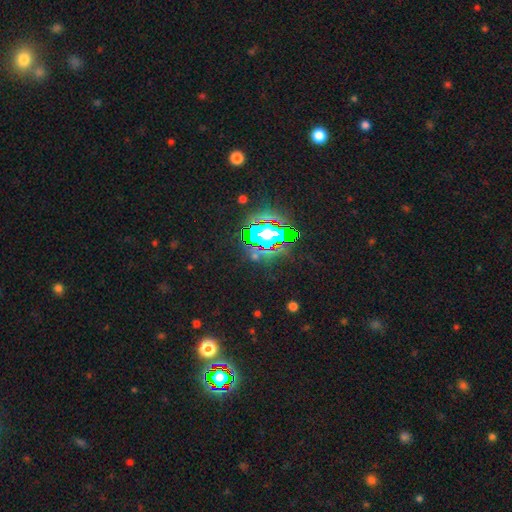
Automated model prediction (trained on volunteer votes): smooth-or-featured: star or artifact: 73% | smooth: 15% | featured or disk: 12%